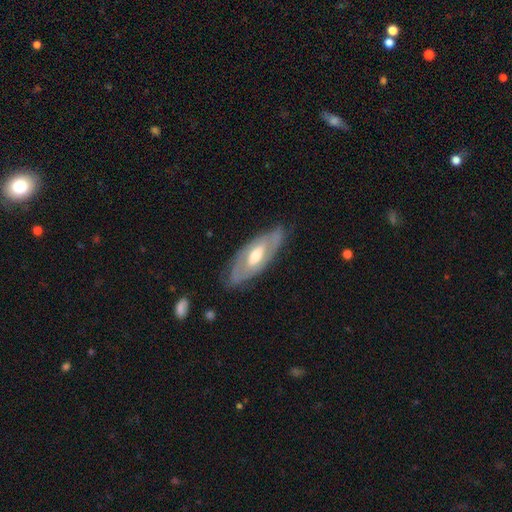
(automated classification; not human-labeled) This is likely a featured or disk galaxy (69%). It is clearly not viewed edge-on (80%). Bar: marginally no (43%). Spiral arm pattern: possibly yes (54%). Central bulge: likely moderate (67%). Merging: likely none (77%).